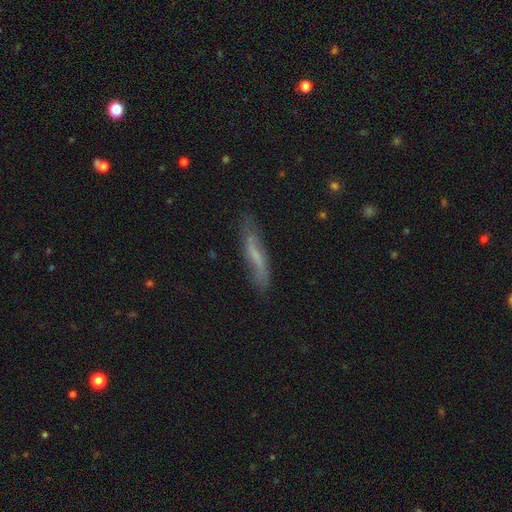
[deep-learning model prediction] Smooth or featured: featured or disk — 50% (smooth — 41%)
Edge-on disk: no — 52% (yes — 48%)
Merging: none — 74% (minor disturbance — 18%)